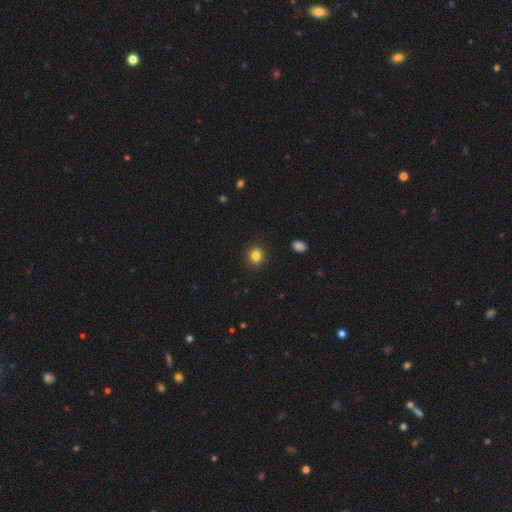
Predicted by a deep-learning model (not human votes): Smooth or featured? Predicted: smooth (p=0.84). How rounded? Predicted: round (p=0.80). Merging? Predicted: none (p=0.91).